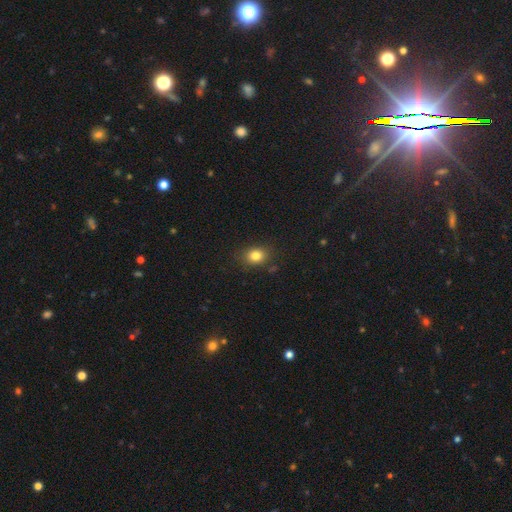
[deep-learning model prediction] A smooth galaxy with no disk features (82%) that is round (52%). Merging: none (83%).